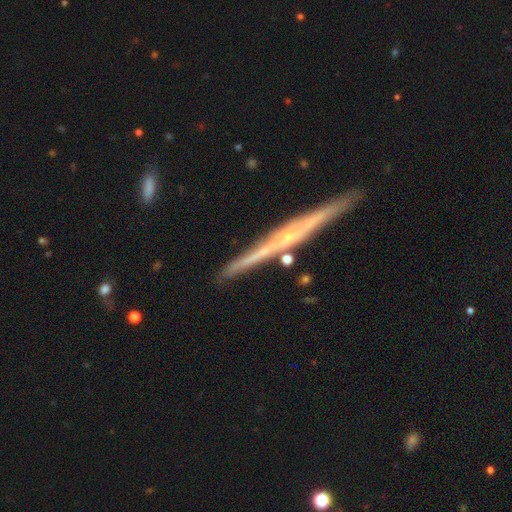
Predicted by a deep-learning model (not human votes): A featured or disk galaxy (54%) viewed edge-on (92%).

Vote fractions:
- Smooth or featured? featured or disk: 54% / smooth: 37% / star or artifact: 9%
- Edge-on disk? yes: 92% / no: 8%
- Merging? none: 76% / minor disturbance: 13% / merger: 8% / major disturbance: 3%